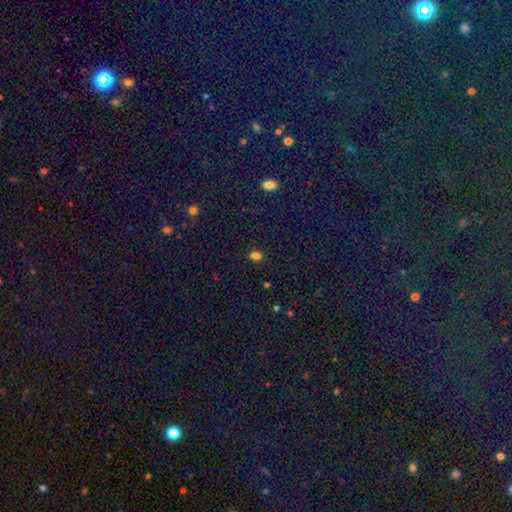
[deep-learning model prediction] Smooth or featured?
  - smooth: 74% *
  - star or artifact: 21%
  - featured or disk: 5%
How rounded?
  - in between: 72% *
  - round: 25%
  - cigar-shaped: 2%
Merging?
  - none: 81% *
  - minor disturbance: 11%
  - merger: 4%
  - major disturbance: 3%